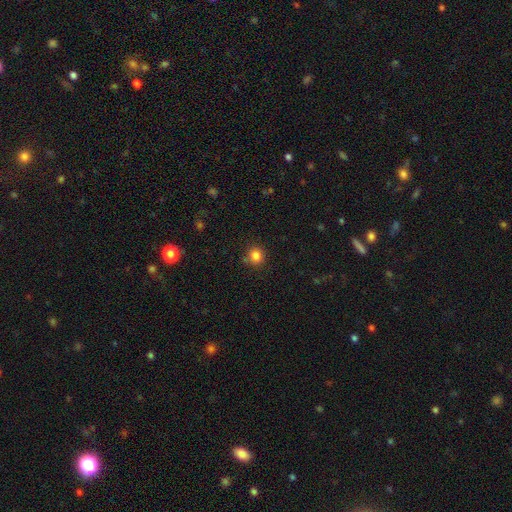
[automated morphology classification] type=smooth (83%); roundness=round (88%); merging=none (80%).